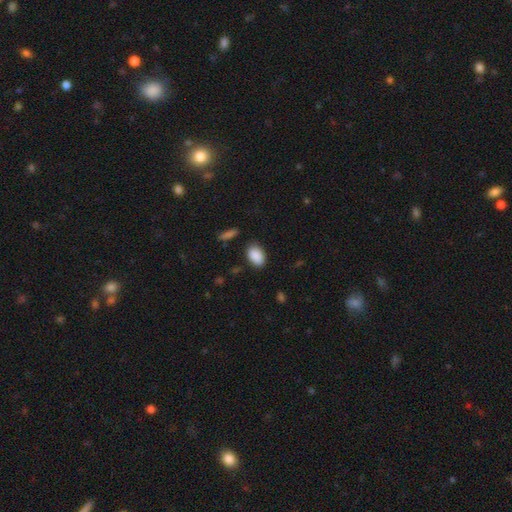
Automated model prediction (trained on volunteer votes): smooth 89%, star or artifact 7%, featured or disk 4%. Down the decision tree: how rounded — in between (89%); merging — none (82%).